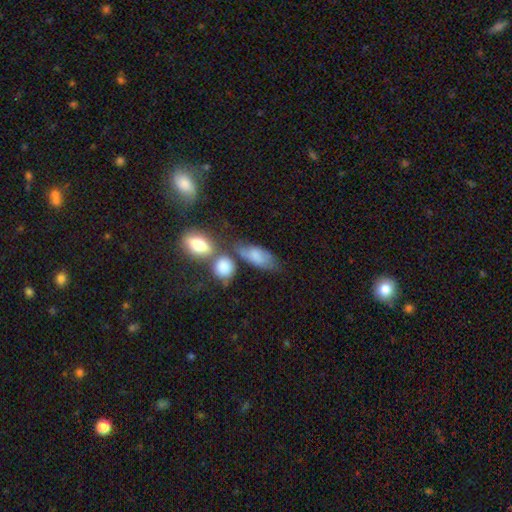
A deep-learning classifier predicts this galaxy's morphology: This appears to be a smooth galaxy with no disk features (71%) that is in between round and cigar-shaped (80%). Merging: none (44%).